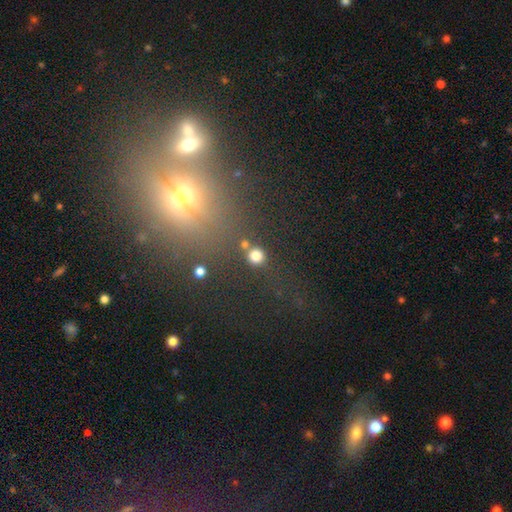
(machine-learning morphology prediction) Smooth or featured?
  - smooth: 81% *
  - star or artifact: 14%
  - featured or disk: 5%
How rounded?
  - round: 91% *
  - in between: 8%
  - cigar-shaped: 1%
Merging?
  - none: 79% *
  - merger: 9%
  - minor disturbance: 8%
  - major disturbance: 4%